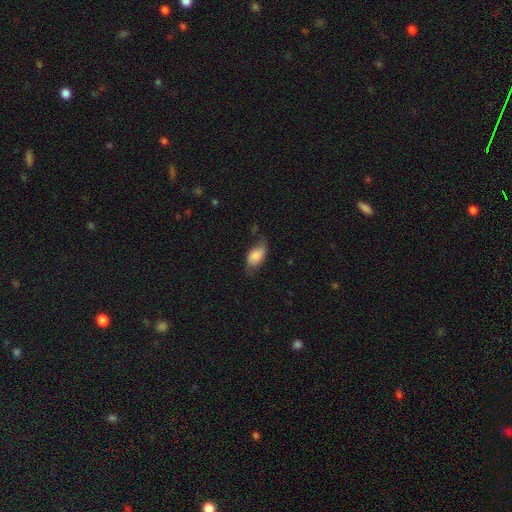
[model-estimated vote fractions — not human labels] smooth-or-featured: smooth: 74% | featured or disk: 19% | star or artifact: 7%
  how-rounded: in between: 92% | round: 5% | cigar-shaped: 3%
  merging: none: 56% | minor disturbance: 31% | major disturbance: 10% | merger: 2%